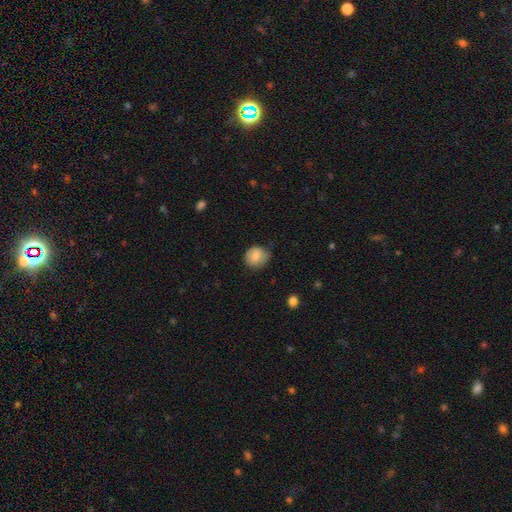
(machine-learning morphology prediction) Smooth or featured? smooth (83%)
How rounded? round (75%)
Merging? none (70%)